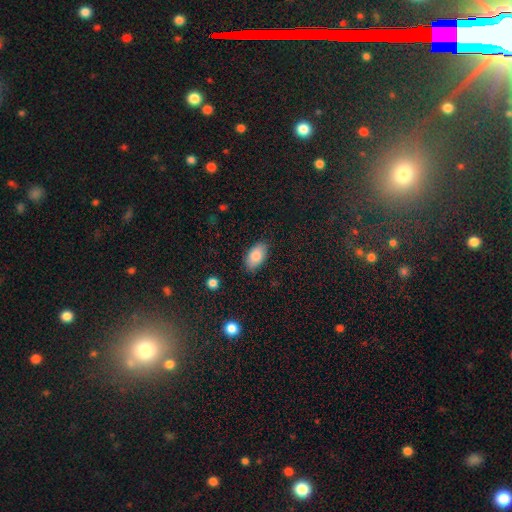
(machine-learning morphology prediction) smooth-or-featured: smooth: 83% | featured or disk: 10% | star or artifact: 7%
  how-rounded: in between: 93% | round: 4% | cigar-shaped: 2%
  merging: none: 84% | minor disturbance: 12% | major disturbance: 3% | merger: 1%